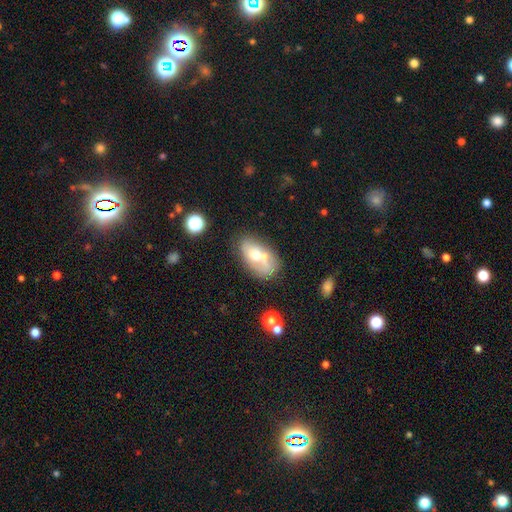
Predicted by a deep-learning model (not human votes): Overall: smooth (51%; featured or disk 39%). How rounded: in between (86%). Merging: none (38%; merger 37%).